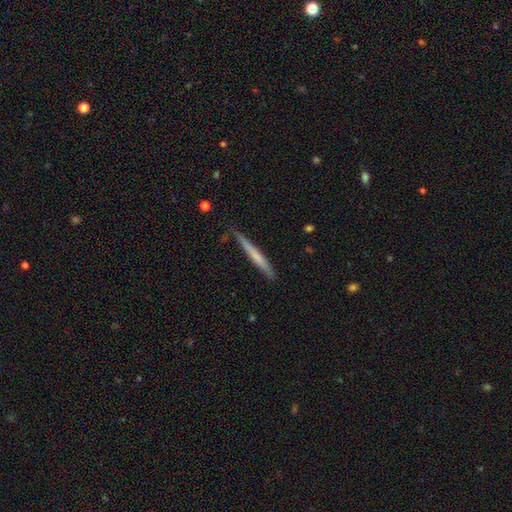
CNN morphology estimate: Smooth or featured? Predicted: smooth (p=0.56). How rounded? Predicted: cigar-shaped (p=0.97). Merging? Predicted: none (p=0.83).